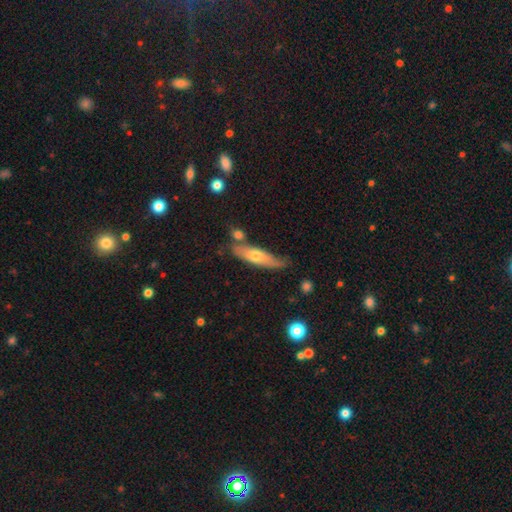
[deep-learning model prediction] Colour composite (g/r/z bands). It shows a smooth galaxy with no disk features (54%) that is cigar-shaped (61%). Merging: none (60%).